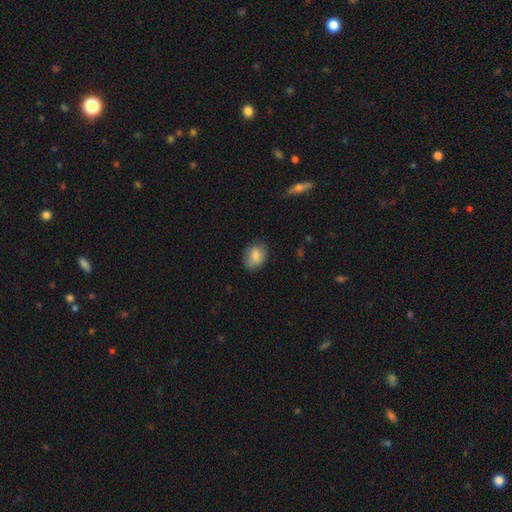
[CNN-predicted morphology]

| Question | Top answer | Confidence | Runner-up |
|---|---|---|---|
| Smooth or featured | smooth | 82% | featured or disk (10%) |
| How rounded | in between | 62% | round (37%) |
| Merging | none | 76% | minor disturbance (19%) |